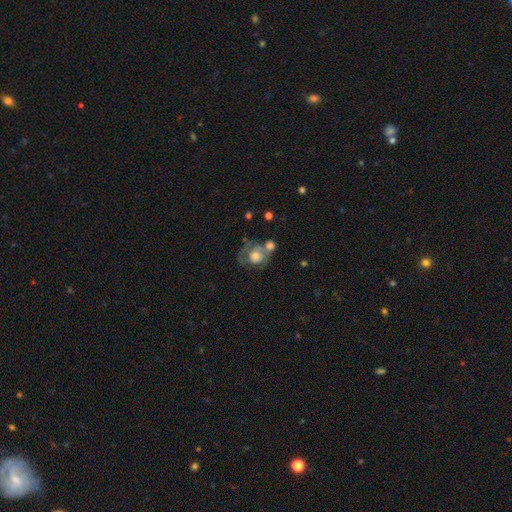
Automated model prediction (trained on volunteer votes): A smooth galaxy with no disk features (53%) that is round (71%).

Vote fractions:
- Smooth or featured? smooth: 53% / featured or disk: 38% / star or artifact: 9%
- How rounded? round: 71% / in between: 28% / cigar-shaped: 1%
- Merging? none: 32% / merger: 29% / major disturbance: 21% / minor disturbance: 18%